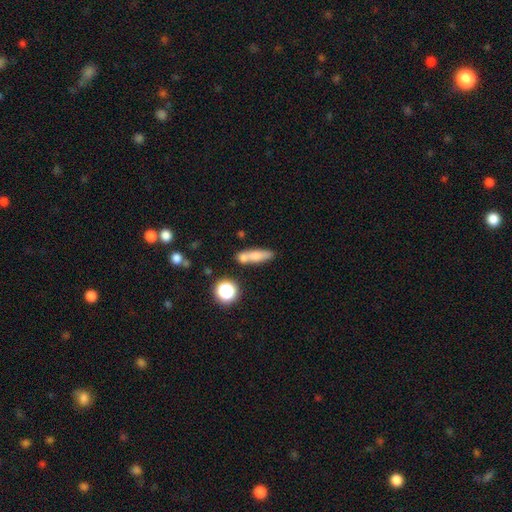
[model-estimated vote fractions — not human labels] A smooth galaxy with no disk features (70%) that is cigar-shaped (58%). Merging: none (57%).